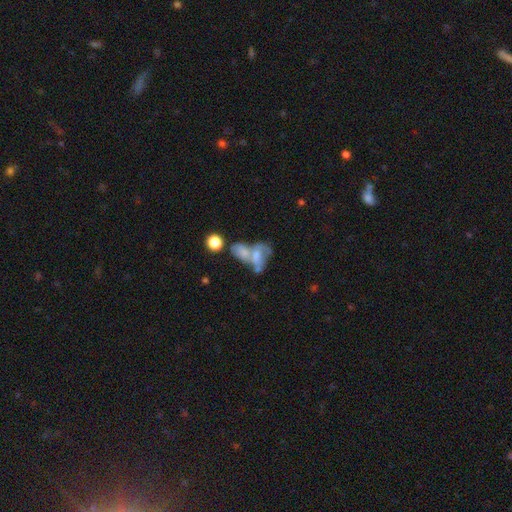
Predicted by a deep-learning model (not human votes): Overall: featured or disk (43%; smooth 41%). Merging: merger (58%; none 19%).